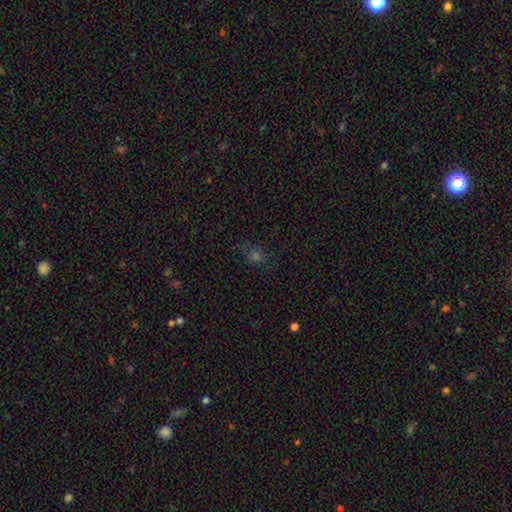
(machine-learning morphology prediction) This is marginally a smooth galaxy (40%). Merging: likely none (71%).